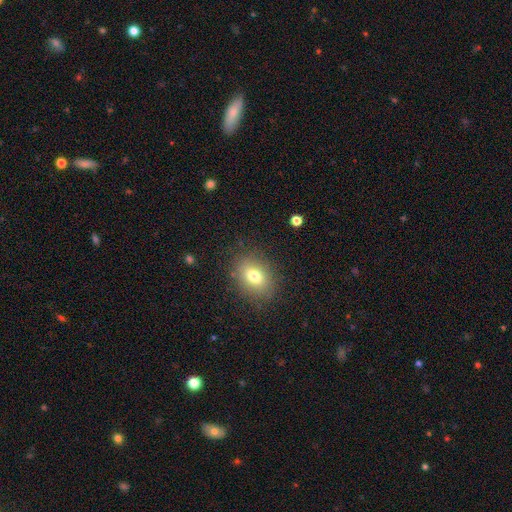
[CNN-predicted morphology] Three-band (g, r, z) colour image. It shows a smooth galaxy with no disk features (72%) that is round (53%). Merging: none (89%).